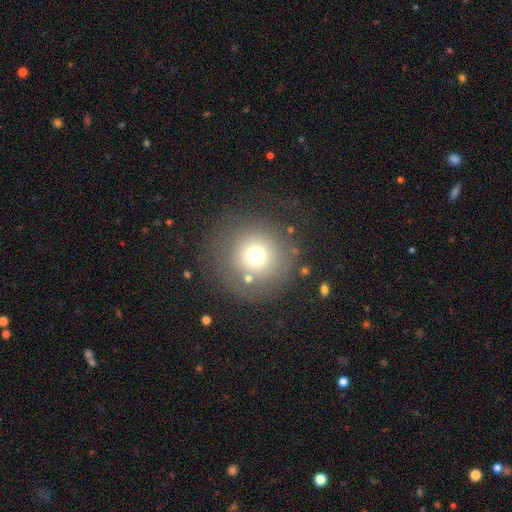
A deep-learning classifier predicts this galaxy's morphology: The model was most divided on "smooth or featured": smooth: 69%, featured or disk: 17%, star or artifact: 14%. More confident: how rounded — round (95%); merging — none (75%).